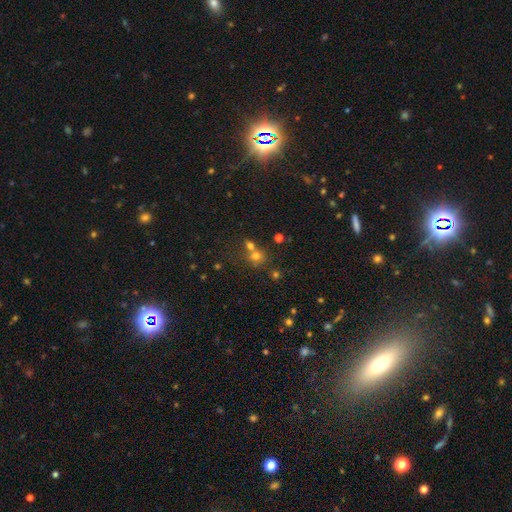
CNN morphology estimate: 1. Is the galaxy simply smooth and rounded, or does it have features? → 58% smooth, 30% star or artifact, 12% featured or disk.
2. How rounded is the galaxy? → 84% round, 15% in between, 1% cigar-shaped.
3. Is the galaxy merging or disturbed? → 52% none, 37% merger, 8% minor disturbance, 4% major disturbance.